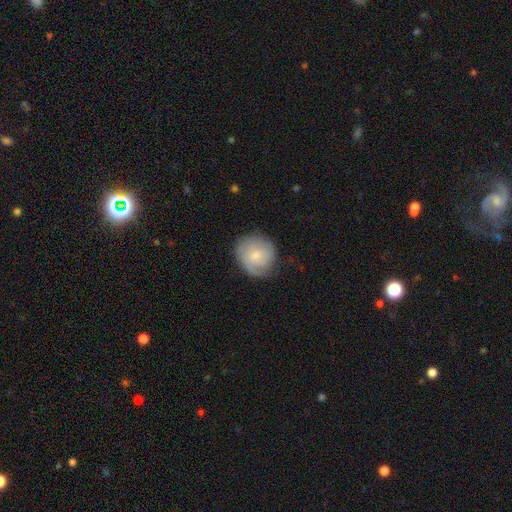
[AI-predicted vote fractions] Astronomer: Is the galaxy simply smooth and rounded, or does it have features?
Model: smooth — 61%.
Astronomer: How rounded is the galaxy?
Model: round — 85%.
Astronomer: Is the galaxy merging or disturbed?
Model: none — 72%.